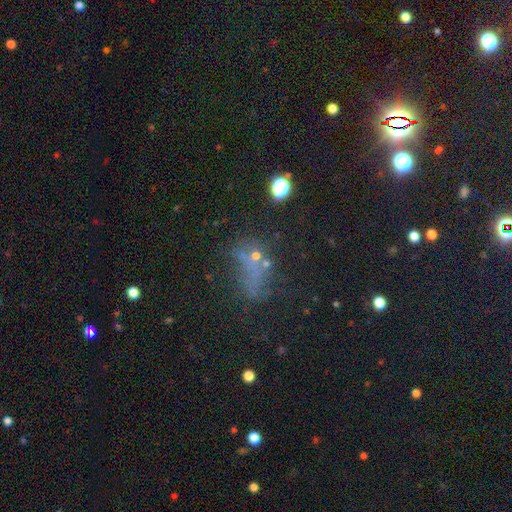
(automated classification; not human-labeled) smooth-or-featured: star or artifact: 38% | smooth: 35% | featured or disk: 27%